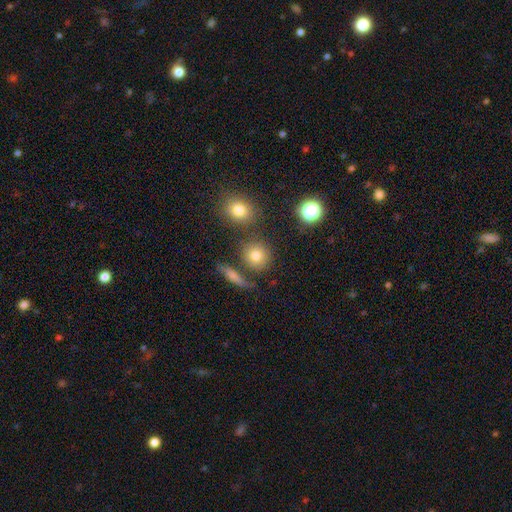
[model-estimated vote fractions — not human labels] Overall: smooth (77%). How rounded: round (86%). Merging: none (75%).